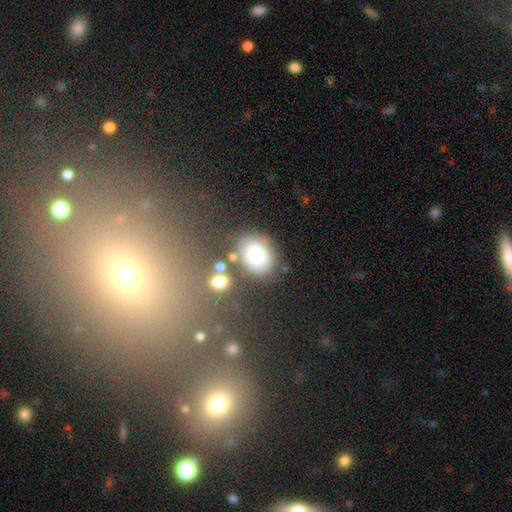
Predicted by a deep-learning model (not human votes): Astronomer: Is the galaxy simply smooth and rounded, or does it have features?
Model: smooth — 77%.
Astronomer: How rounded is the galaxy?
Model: in between — 55% (runner-up: round, 44%).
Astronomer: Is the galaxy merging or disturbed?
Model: none — 66%.